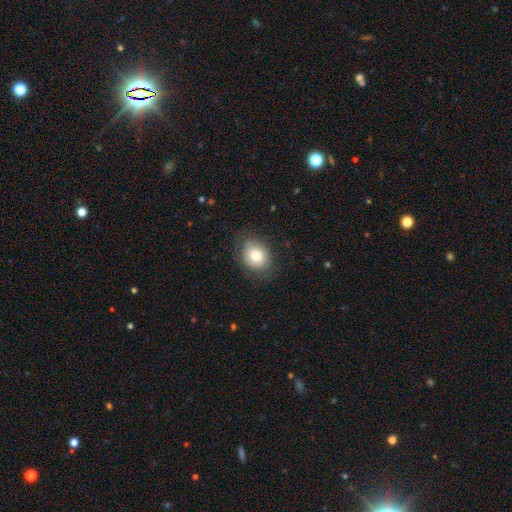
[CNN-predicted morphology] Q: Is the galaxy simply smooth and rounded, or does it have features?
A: smooth — 79%.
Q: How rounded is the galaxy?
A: round — 50%.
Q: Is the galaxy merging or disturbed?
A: none — 78%.